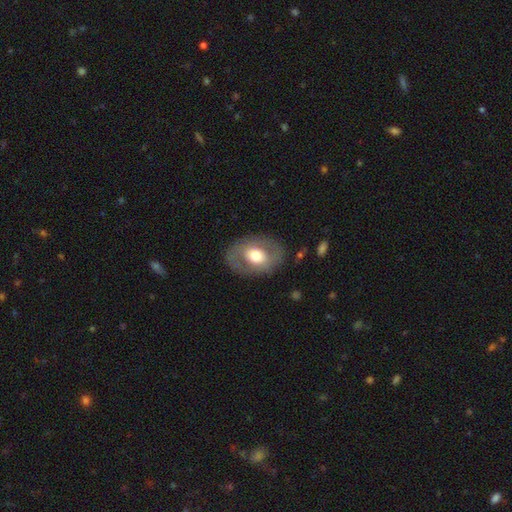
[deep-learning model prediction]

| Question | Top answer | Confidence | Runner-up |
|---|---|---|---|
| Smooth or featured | smooth | 51% | featured or disk (43%) |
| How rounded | in between | 71% | round (28%) |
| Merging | none | 80% | minor disturbance (12%) |